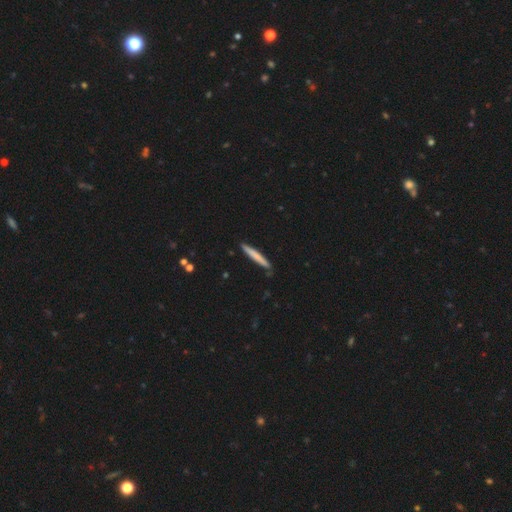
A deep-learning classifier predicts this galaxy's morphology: type=smooth (70%); roundness=cigar-shaped (96%); merging=none (88%).